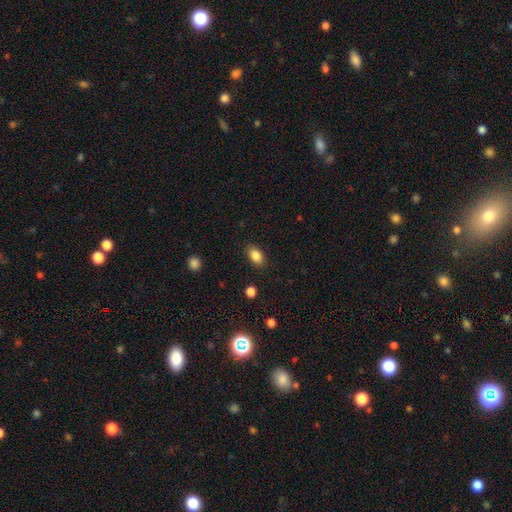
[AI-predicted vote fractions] Q: Smooth or featured?
A: smooth (86%); runner-up: star or artifact (9%)
Q: How rounded?
A: in between (86%); runner-up: round (12%)
Q: Merging?
A: none (85%); runner-up: minor disturbance (11%)